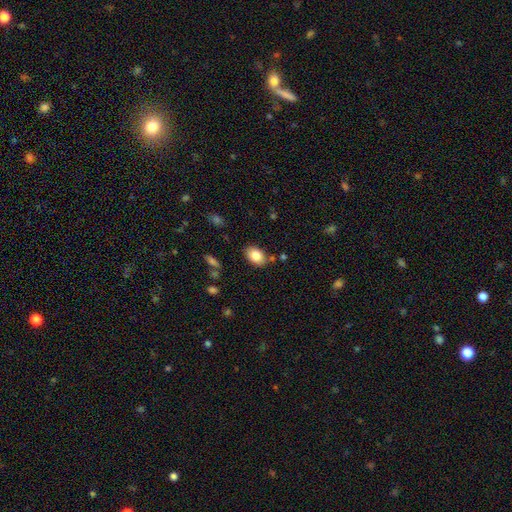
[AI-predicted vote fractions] smooth-or-featured: smooth: 84% | featured or disk: 8% | star or artifact: 8%
  how-rounded: in between: 82% | round: 17% | cigar-shaped: 1%
  merging: none: 80% | minor disturbance: 13% | merger: 4% | major disturbance: 3%